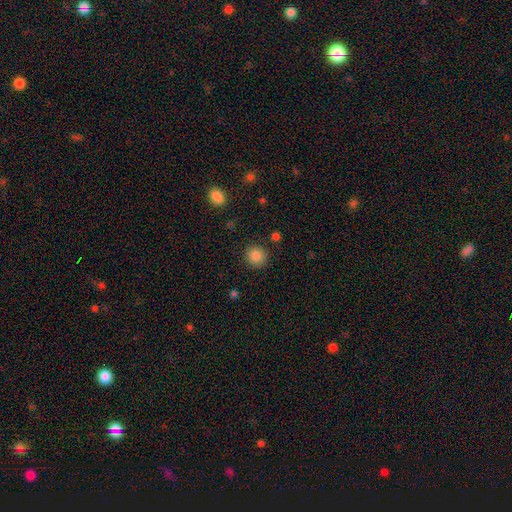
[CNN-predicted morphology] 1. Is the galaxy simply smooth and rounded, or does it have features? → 85% smooth, 10% star or artifact, 4% featured or disk.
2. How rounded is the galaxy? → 90% round, 9% in between, 1% cigar-shaped.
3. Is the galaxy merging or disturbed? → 89% none, 7% minor disturbance, 2% major disturbance, 2% merger.